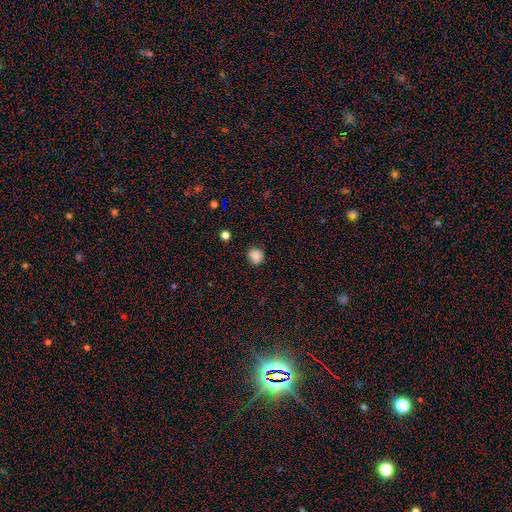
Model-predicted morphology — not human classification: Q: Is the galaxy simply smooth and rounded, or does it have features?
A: smooth — 84%.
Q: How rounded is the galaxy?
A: round — 88%.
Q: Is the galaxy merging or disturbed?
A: none — 83%.